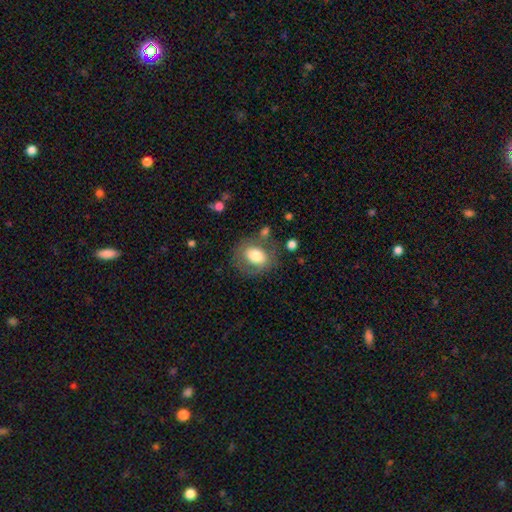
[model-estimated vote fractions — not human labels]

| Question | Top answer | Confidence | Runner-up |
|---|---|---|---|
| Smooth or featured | smooth | 71% | featured or disk (22%) |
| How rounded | in between | 60% | round (39%) |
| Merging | none | 67% | minor disturbance (18%) |